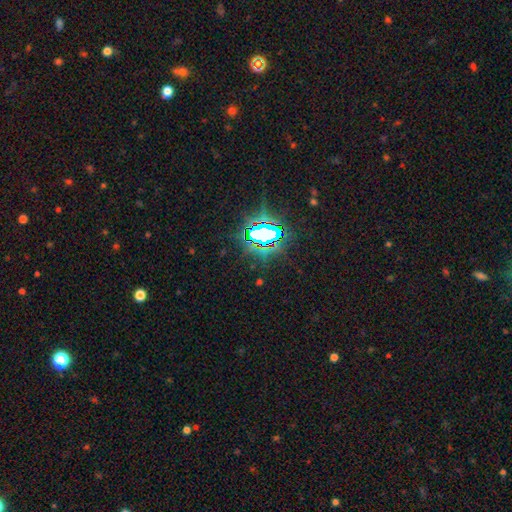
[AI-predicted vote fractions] star or artifact 84%, smooth 10%, featured or disk 6%.